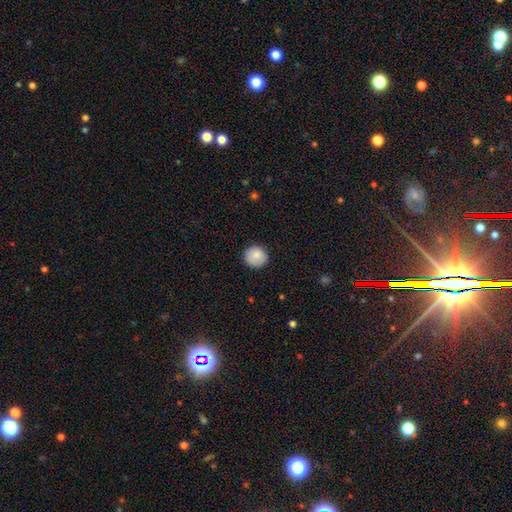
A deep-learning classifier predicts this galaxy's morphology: Smooth or featured? Predicted: smooth (p=0.87). How rounded? Predicted: round (p=0.90). Merging? Predicted: none (p=0.87).